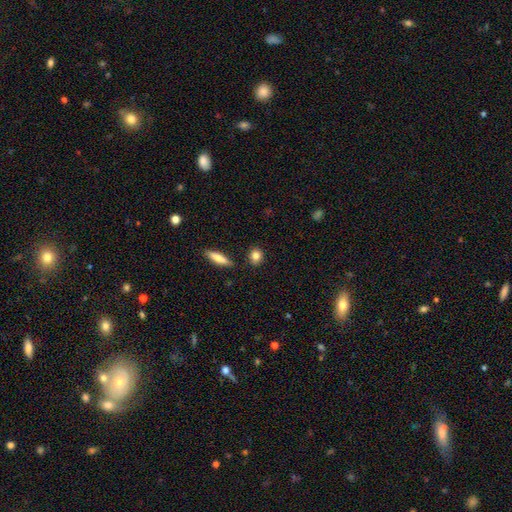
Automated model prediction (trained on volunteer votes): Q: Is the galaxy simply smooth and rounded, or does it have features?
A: smooth — 83%.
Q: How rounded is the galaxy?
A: round — 64%.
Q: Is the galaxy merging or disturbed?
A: none — 85%.